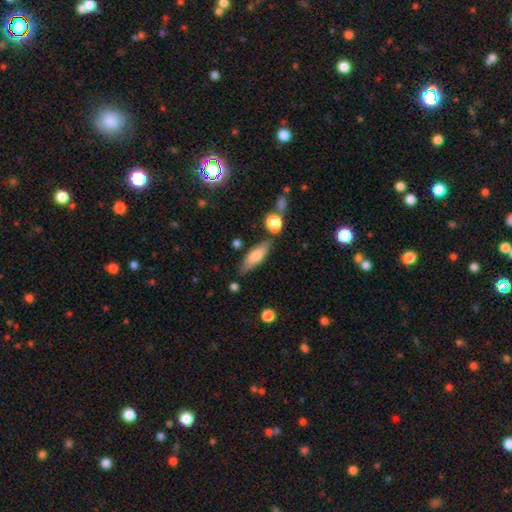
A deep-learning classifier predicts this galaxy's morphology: A smooth galaxy with no disk features (66%) that is in between round and cigar-shaped (54%).

Vote fractions:
- Smooth or featured? smooth: 66% / featured or disk: 28% / star or artifact: 7%
- How rounded? in between: 54% / cigar-shaped: 43% / round: 3%
- Merging? none: 70% / minor disturbance: 16% / merger: 9% / major disturbance: 4%